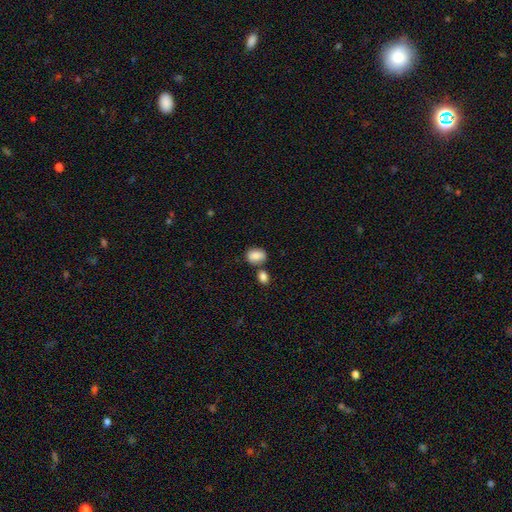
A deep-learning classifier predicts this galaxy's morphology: Smooth or featured? Predicted: smooth (p=0.86). How rounded? Predicted: in between (p=0.71). Merging? Predicted: none (p=0.61).